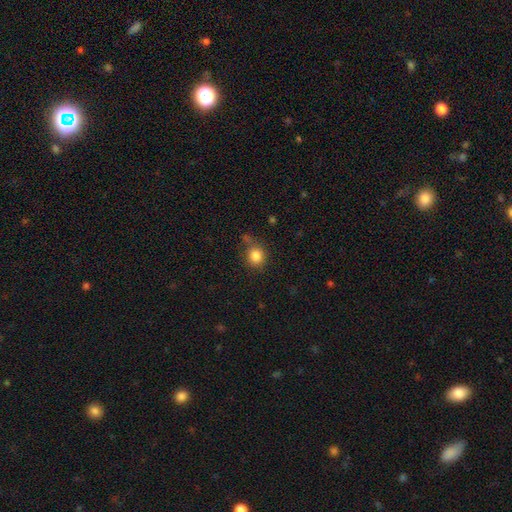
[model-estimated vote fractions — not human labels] A smooth galaxy with no disk features (84%) that is round (86%). Merging: none (70%).